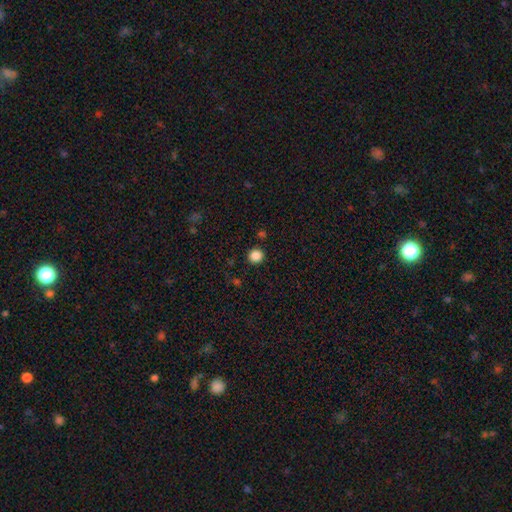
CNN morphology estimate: The model was most divided on "smooth or featured": smooth: 86%, star or artifact: 11%, featured or disk: 3%. More confident: how rounded — round (94%); merging — none (91%).